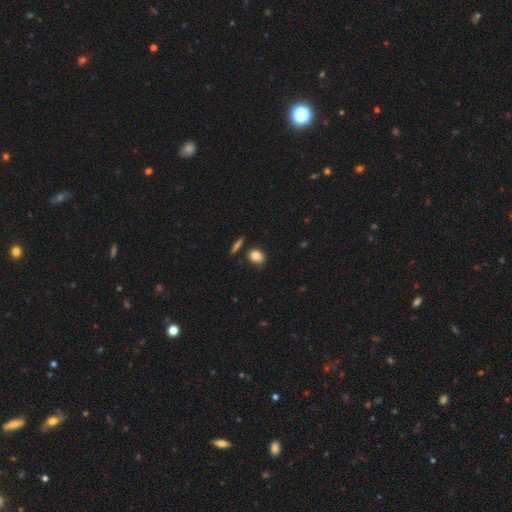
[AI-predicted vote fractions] Morphology: type=smooth (85%); roundness=in between (53%); merging=none (76%).